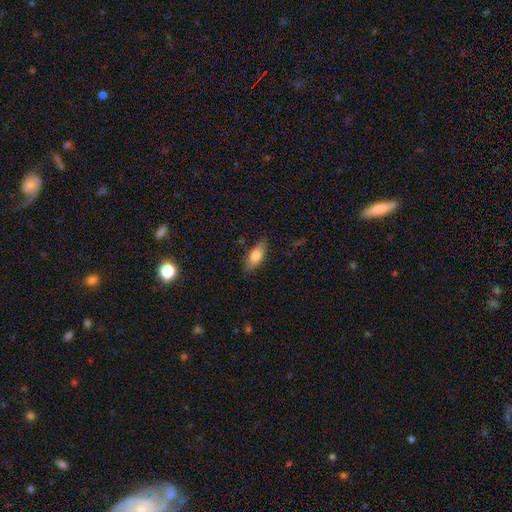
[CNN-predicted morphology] smooth 79%, featured or disk 15%, star or artifact 7%. Down the decision tree: how rounded — in between (80%); merging — none (83%).